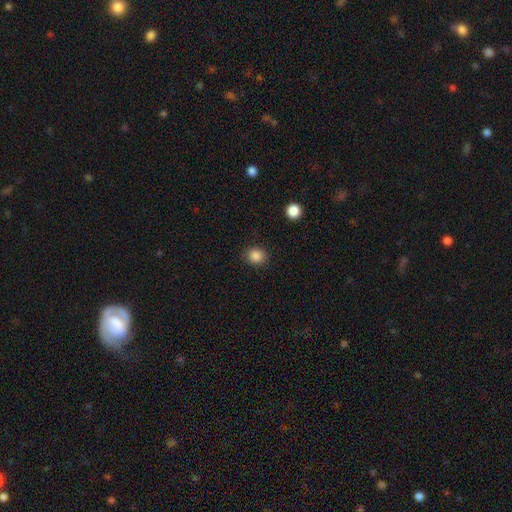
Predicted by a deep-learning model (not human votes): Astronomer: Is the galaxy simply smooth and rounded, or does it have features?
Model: smooth — 86%.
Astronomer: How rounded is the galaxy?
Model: round — 75%.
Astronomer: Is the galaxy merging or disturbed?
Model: none — 88%.